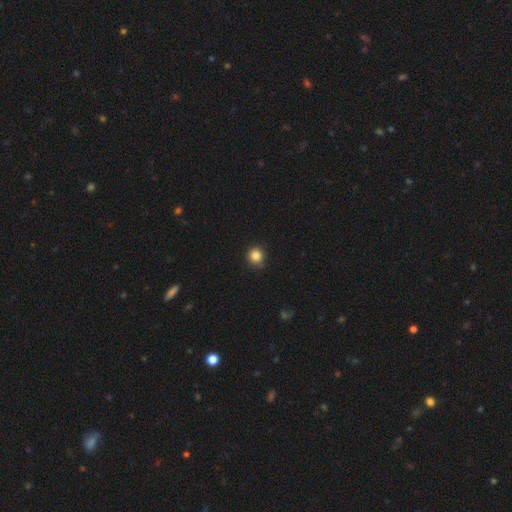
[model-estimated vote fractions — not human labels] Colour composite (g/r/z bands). It shows a smooth galaxy with no disk features (84%) that is round (92%). Merging: none (85%).